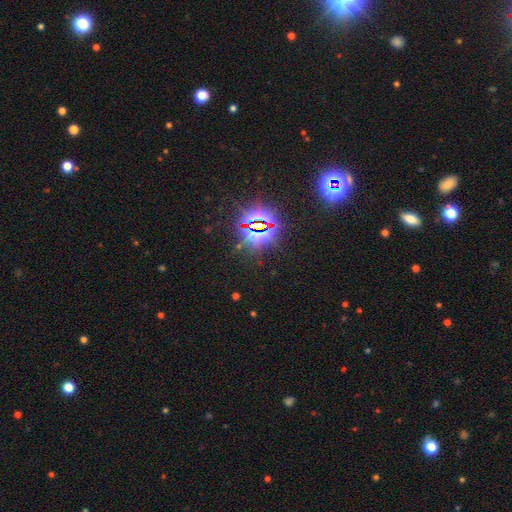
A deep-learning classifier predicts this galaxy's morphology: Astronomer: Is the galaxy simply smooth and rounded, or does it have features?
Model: star or artifact — 84%.